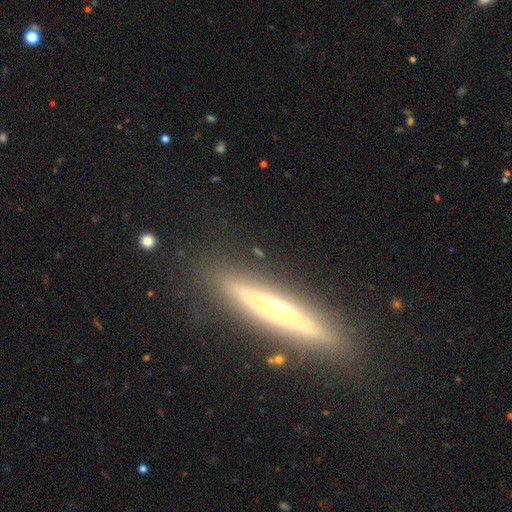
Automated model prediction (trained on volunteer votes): smooth-or-featured: featured or disk: 71% | smooth: 23% | star or artifact: 7%
  disk-edge-on: yes: 90% | no: 10%
    edge-on-bulge: rounded: 80% | none: 17% | boxy: 3%
  merging: none: 85% | minor disturbance: 10% | major disturbance: 3% | merger: 2%